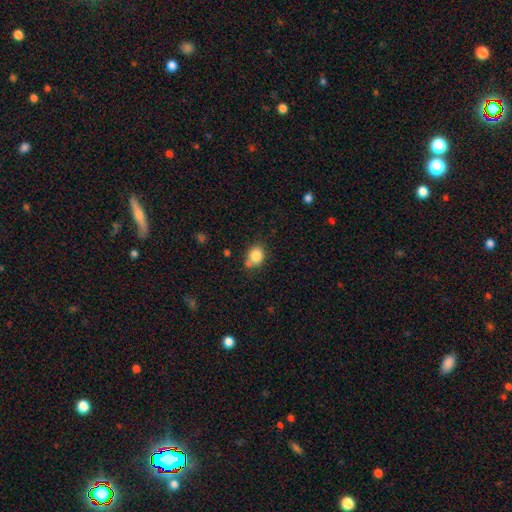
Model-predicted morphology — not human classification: This is clearly a smooth galaxy (83%). How rounded: likely round (66%). Merging: likely none (64%).